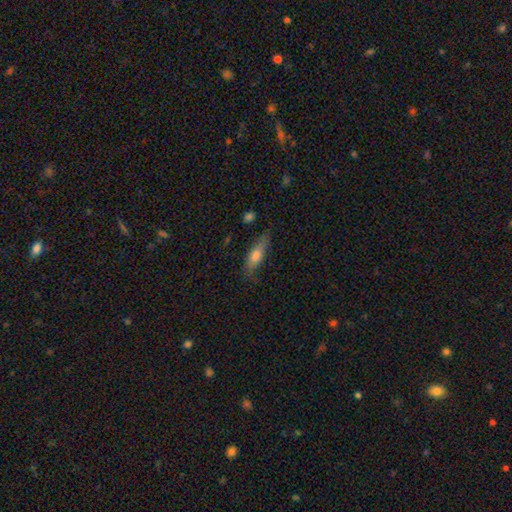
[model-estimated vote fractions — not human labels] Smooth or featured? smooth (65%)
How rounded? cigar-shaped (55%)
Merging? none (72%)